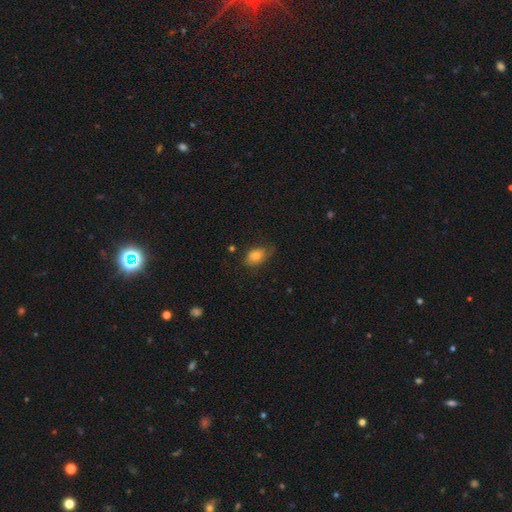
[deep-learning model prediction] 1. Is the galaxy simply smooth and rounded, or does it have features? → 79% smooth, 12% featured or disk, 9% star or artifact.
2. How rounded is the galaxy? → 85% in between, 14% round, 2% cigar-shaped.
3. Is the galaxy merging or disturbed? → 66% none, 26% minor disturbance, 6% major disturbance, 2% merger.